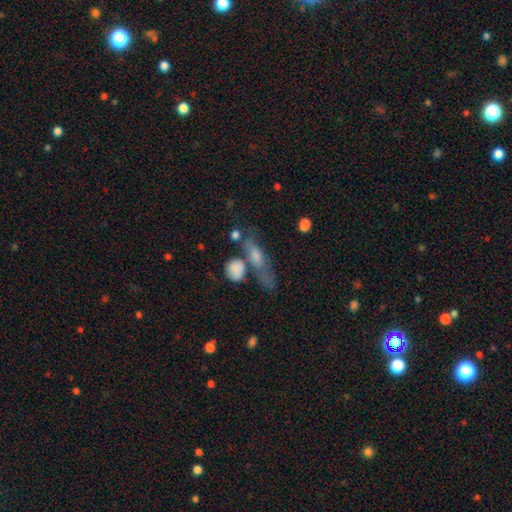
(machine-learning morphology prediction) Smooth or featured? smooth (49%)
Merging? none (47%)